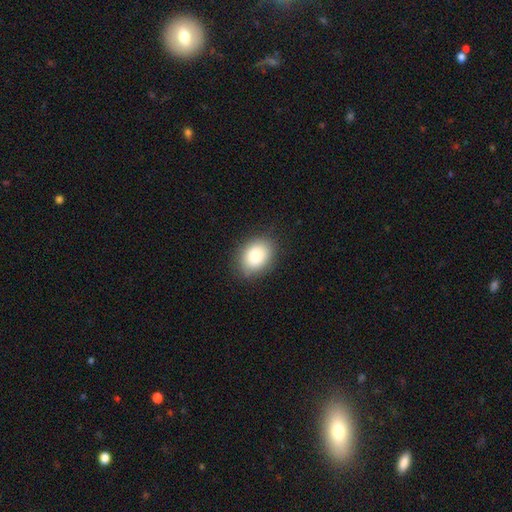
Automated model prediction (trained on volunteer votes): A smooth galaxy with no disk features (85%) that is in between round and cigar-shaped (68%).

Vote fractions:
- Smooth or featured? smooth: 85% / star or artifact: 8% / featured or disk: 7%
- How rounded? in between: 68% / round: 31% / cigar-shaped: 1%
- Merging? none: 85% / minor disturbance: 11% / major disturbance: 3% / merger: 1%